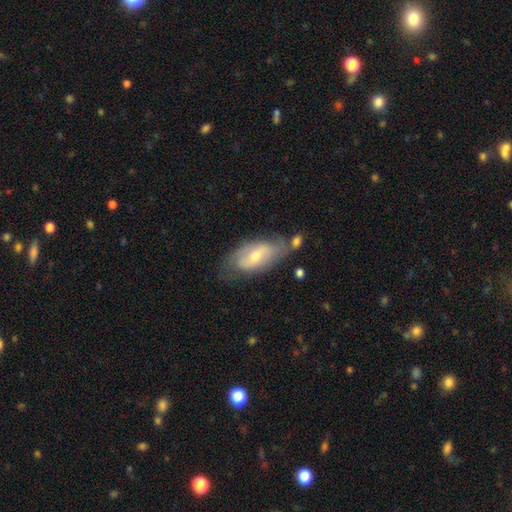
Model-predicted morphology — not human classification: This is possibly a featured or disk galaxy (51%). It is clearly not viewed edge-on (87%). Merging: possibly none (56%).